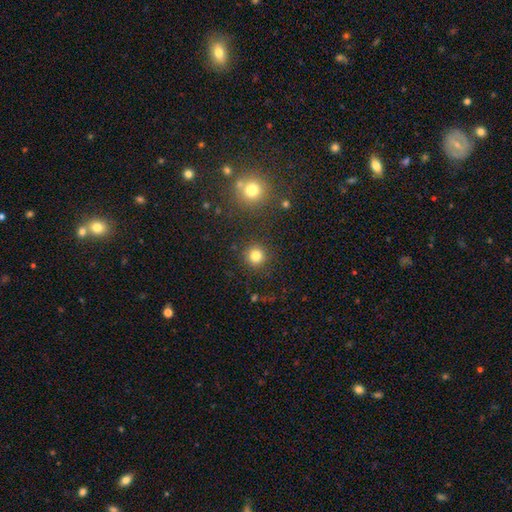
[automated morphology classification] This is clearly a smooth galaxy (81%). How rounded: clearly round (94%). Merging: clearly none (88%).